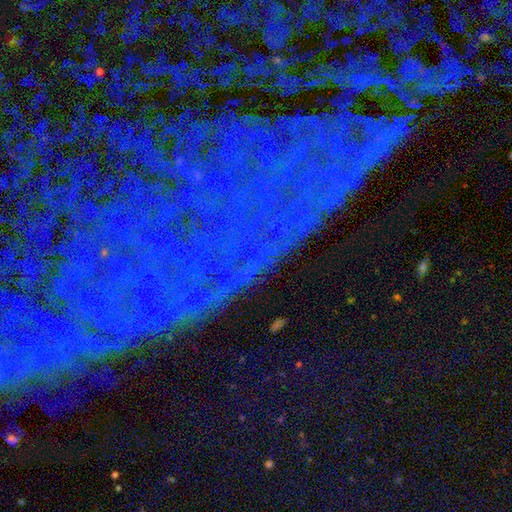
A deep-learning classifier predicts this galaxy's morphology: type=star or artifact (83%).